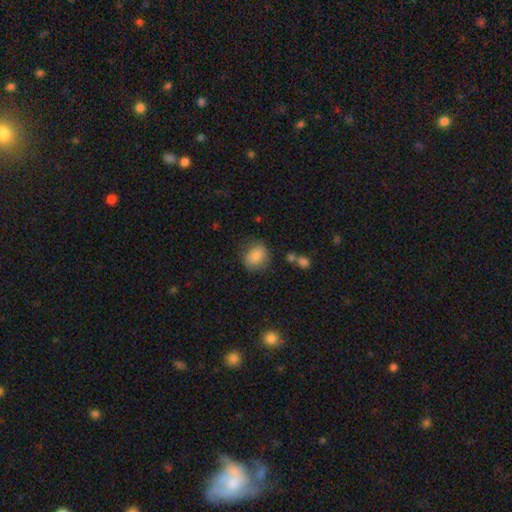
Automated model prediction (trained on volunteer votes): Q: Smooth or featured?
A: smooth (84%); runner-up: star or artifact (8%)
Q: How rounded?
A: round (58%); runner-up: in between (41%)
Q: Merging?
A: none (71%); runner-up: minor disturbance (19%)